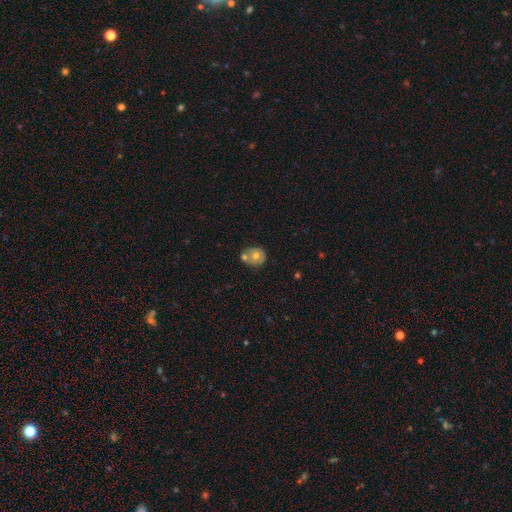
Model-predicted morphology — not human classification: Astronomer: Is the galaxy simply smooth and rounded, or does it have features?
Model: smooth — 58% (runner-up: featured or disk, 35%).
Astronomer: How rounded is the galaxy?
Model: round — 78%.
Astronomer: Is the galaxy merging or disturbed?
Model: none — 44% (runner-up: merger, 36%).